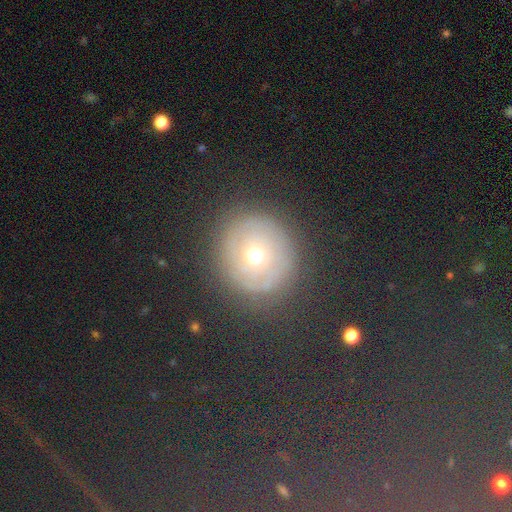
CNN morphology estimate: The model was most divided on "smooth or featured" (2-way tie): smooth: 38%, star or artifact: 38%, featured or disk: 25%. More confident: merging — none (88%).